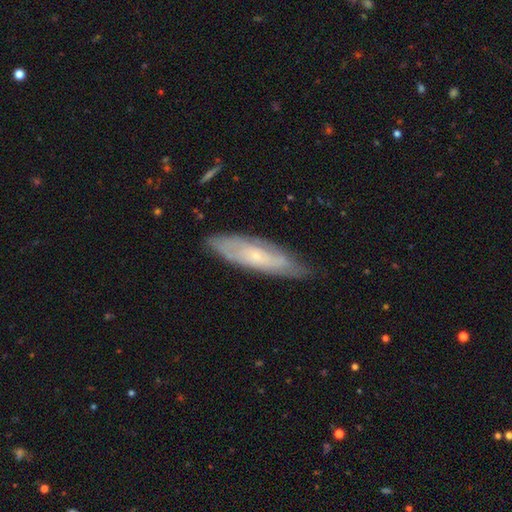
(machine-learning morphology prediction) The model was most divided on "smooth or featured": featured or disk: 59%, smooth: 34%, star or artifact: 7%. More confident: merging — none (76%); edge-on disk — no (68%).